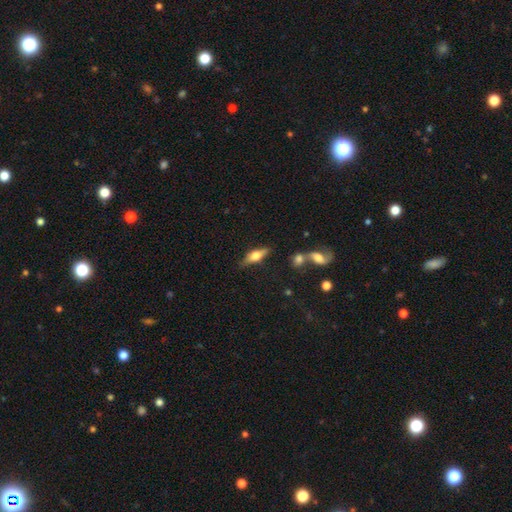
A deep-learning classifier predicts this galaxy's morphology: type=featured or disk (56%); edge-on=yes (92%); edge-on bulge=rounded (91%); merging=none (76%).